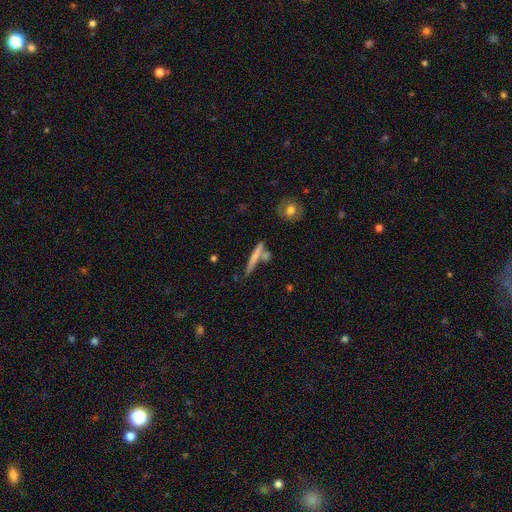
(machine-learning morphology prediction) smooth 55%, featured or disk 38%, star or artifact 7%. Down the decision tree: how rounded — cigar-shaped (92%); merging — none (63%).